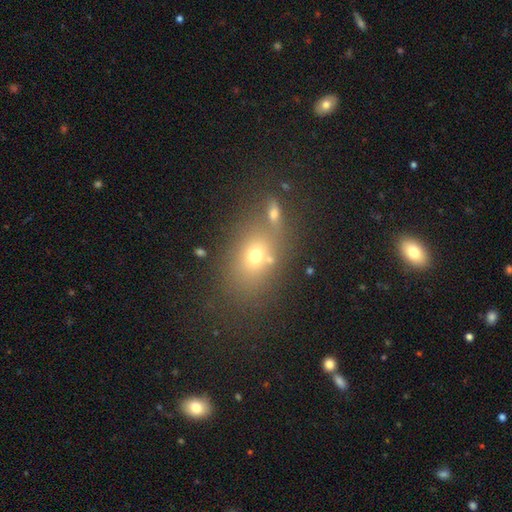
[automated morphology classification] type=smooth (64%); roundness=in between (67%); merging=none (56%).